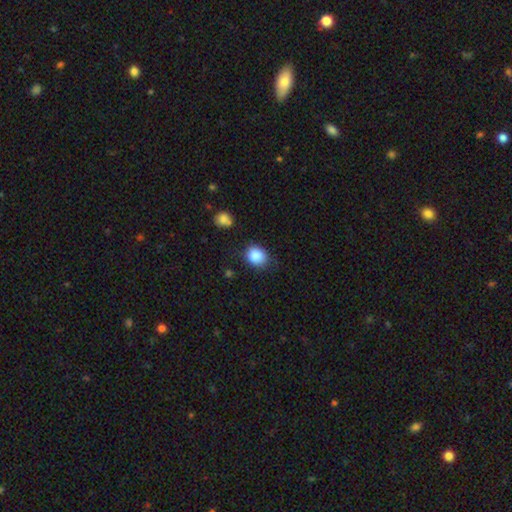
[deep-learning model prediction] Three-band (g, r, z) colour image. It shows a smooth galaxy with no disk features (87%) that is round (54%). Merging: none (75%).